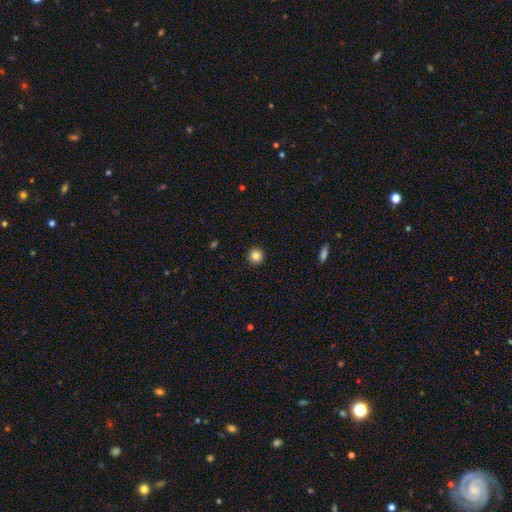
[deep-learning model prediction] A smooth galaxy with no disk features (85%) that is round (95%).

Vote fractions:
- Smooth or featured? smooth: 85% / star or artifact: 10% / featured or disk: 5%
- How rounded? round: 95% / in between: 4% / cigar-shaped: 1%
- Merging? none: 93% / minor disturbance: 5% / major disturbance: 2% / merger: 1%